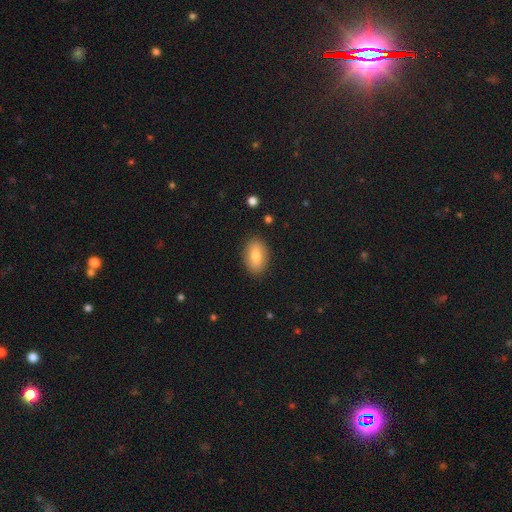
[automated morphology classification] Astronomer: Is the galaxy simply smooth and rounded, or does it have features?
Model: smooth — 78%.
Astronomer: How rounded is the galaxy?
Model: in between — 89%.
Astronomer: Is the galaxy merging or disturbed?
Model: none — 87%.